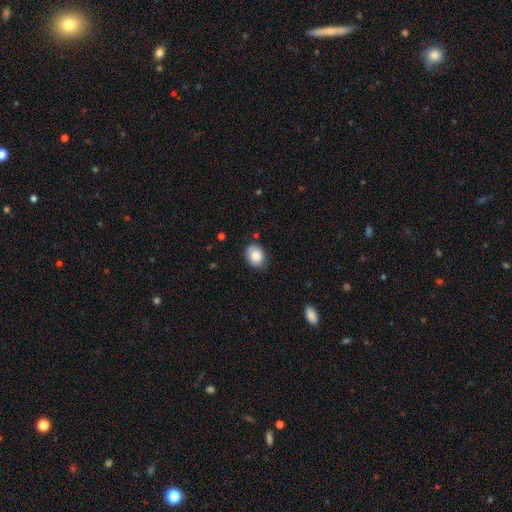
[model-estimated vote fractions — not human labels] smooth-or-featured: smooth: 83% | featured or disk: 9% | star or artifact: 8%
  how-rounded: in between: 57% | round: 42% | cigar-shaped: 1%
  merging: none: 70% | minor disturbance: 24% | major disturbance: 4% | merger: 2%